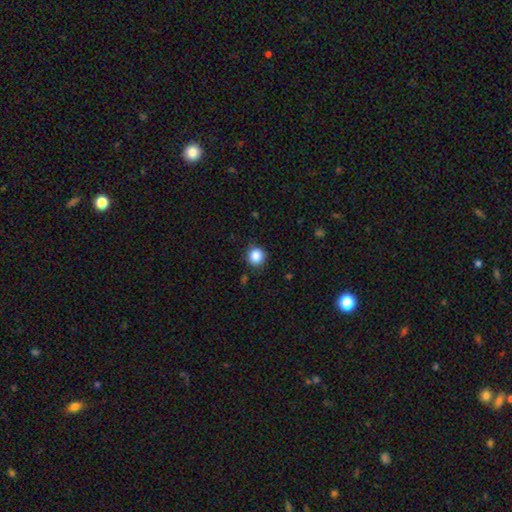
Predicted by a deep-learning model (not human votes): Smooth or featured: smooth — 86% (star or artifact — 10%)
How rounded: round — 93% (in between — 6%)
Merging: none — 87% (minor disturbance — 9%)